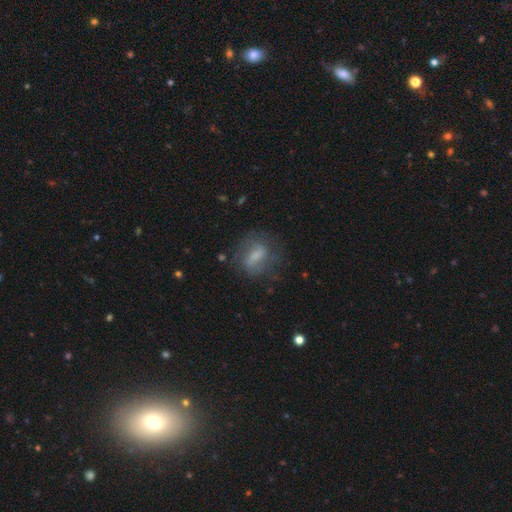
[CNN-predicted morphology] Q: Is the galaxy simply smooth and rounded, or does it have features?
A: smooth — 47%.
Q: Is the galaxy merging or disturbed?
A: none — 61%.